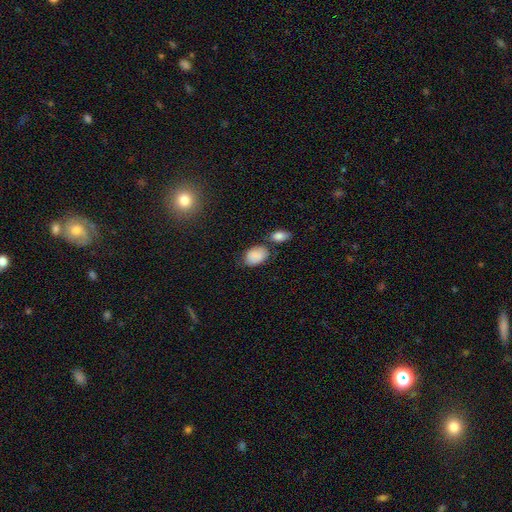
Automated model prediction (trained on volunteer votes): This appears to be a smooth galaxy with no disk features (86%) that is in between round and cigar-shaped (85%). Merging: none (59%).